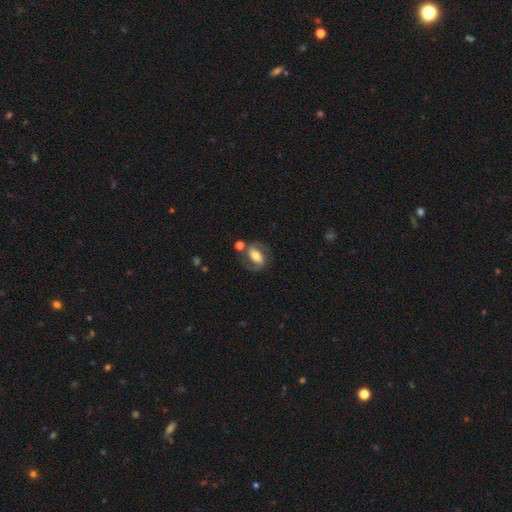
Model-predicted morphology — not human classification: This is likely a featured or disk galaxy (69%). It is clearly not viewed edge-on (95%). Bar: marginally strong (44%). Spiral arm pattern: clearly yes (88%). Spiral arm count: clearly 2 (88%). Spiral winding: possibly medium (53%). Central bulge: possibly moderate (57%). Merging: likely none (65%).